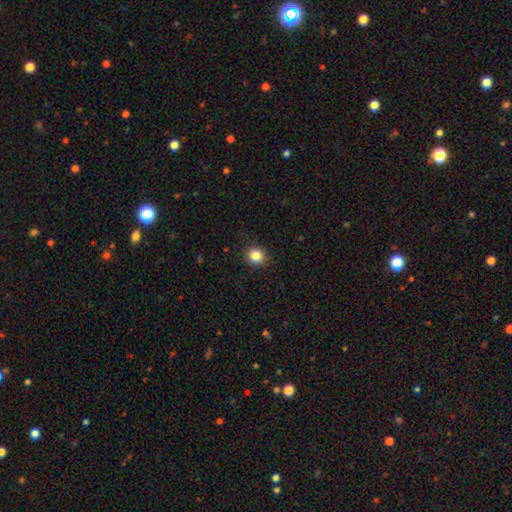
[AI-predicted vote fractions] Morphology: type=smooth (85%); roundness=round (84%); merging=none (91%).